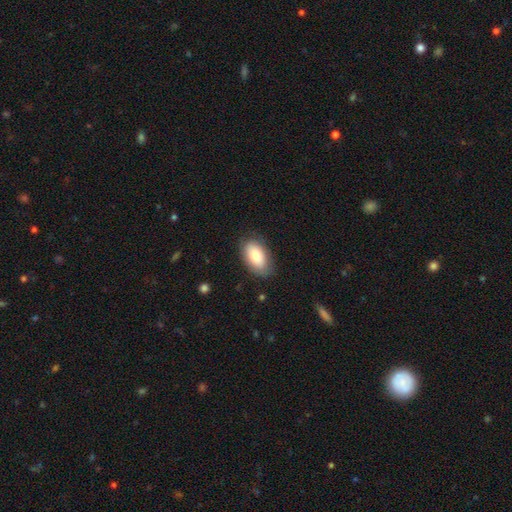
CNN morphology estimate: Smooth or featured? smooth (78%)
How rounded? in between (93%)
Merging? none (79%)